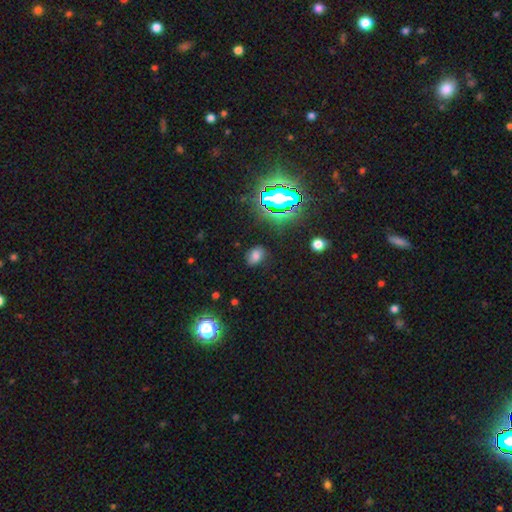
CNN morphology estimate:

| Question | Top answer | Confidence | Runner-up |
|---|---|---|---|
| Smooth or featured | smooth | 68% | star or artifact (23%) |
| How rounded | in between | 74% | round (24%) |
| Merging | none | 81% | minor disturbance (13%) |